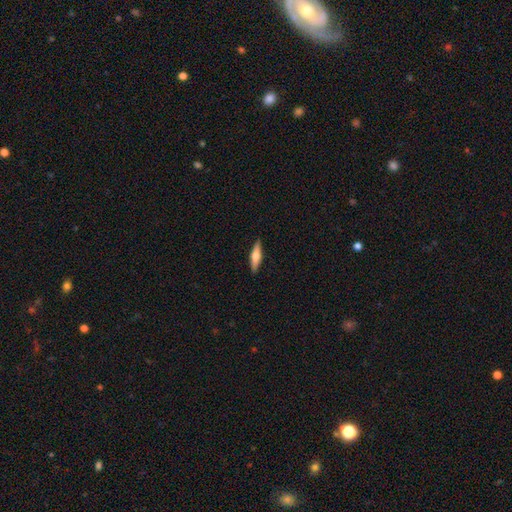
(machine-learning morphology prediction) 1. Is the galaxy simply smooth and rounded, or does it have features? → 48% smooth, 47% featured or disk, 6% star or artifact.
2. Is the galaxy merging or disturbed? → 90% none, 7% minor disturbance, 2% major disturbance, 1% merger.